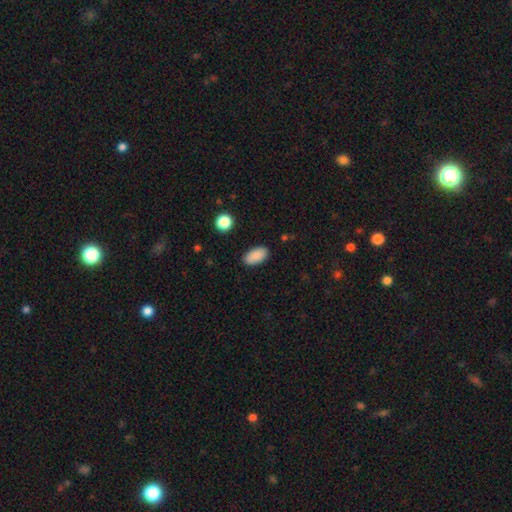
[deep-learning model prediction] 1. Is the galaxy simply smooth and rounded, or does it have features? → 89% smooth, 7% star or artifact, 4% featured or disk.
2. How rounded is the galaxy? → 94% in between, 3% round, 3% cigar-shaped.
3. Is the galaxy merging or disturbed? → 88% none, 9% minor disturbance, 2% major disturbance, 1% merger.